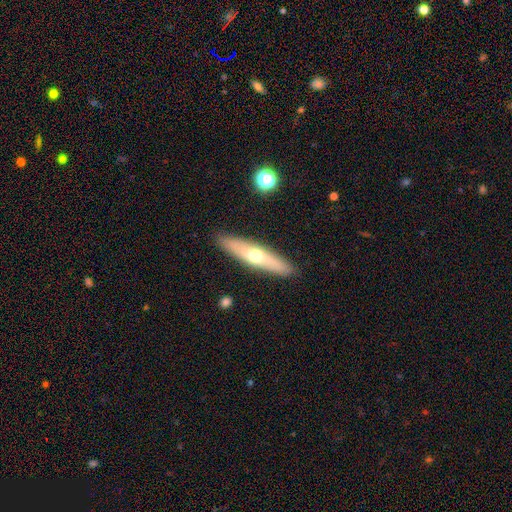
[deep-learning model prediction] smooth-or-featured: smooth: 48% | featured or disk: 46% | star or artifact: 6%
  merging: none: 89% | minor disturbance: 8% | major disturbance: 2% | merger: 1%